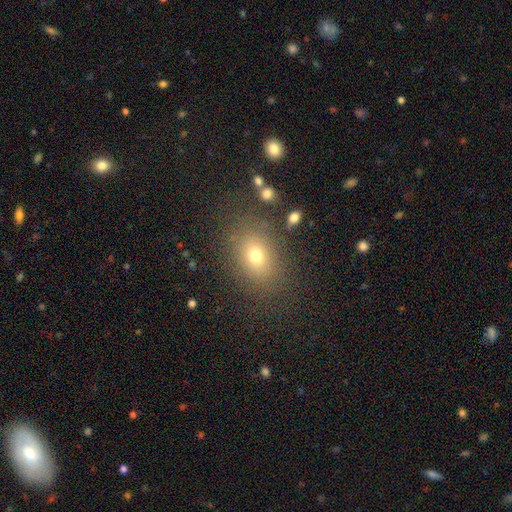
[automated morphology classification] Smooth or featured? Predicted: smooth (p=0.72). How rounded? Predicted: in between (p=0.70). Merging? Predicted: none (p=0.82).